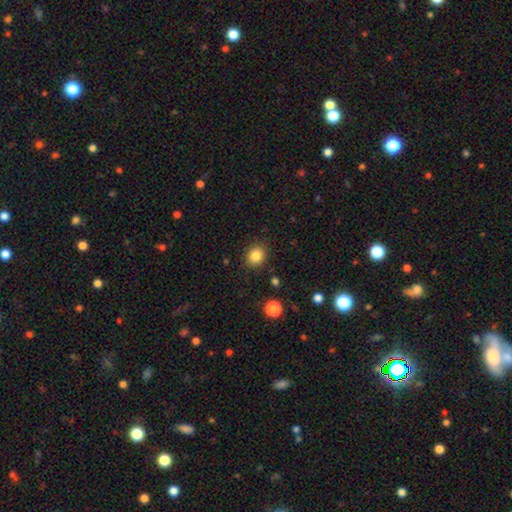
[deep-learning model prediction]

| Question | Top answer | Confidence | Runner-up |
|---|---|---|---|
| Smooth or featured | smooth | 84% | star or artifact (11%) |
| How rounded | round | 72% | in between (27%) |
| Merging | none | 87% | minor disturbance (9%) |